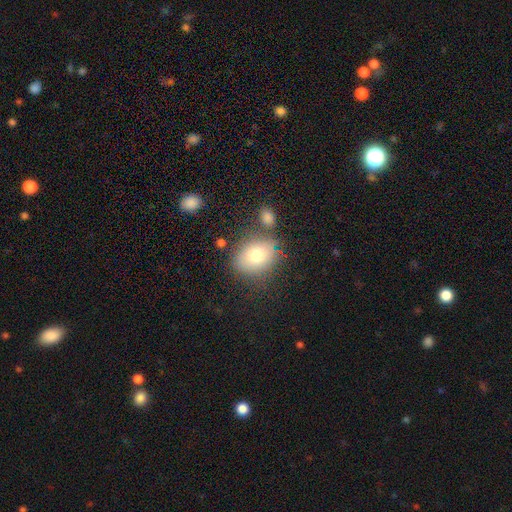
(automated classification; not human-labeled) A smooth galaxy with no disk features (77%) that is in between round and cigar-shaped (54%).

Vote fractions:
- Smooth or featured? smooth: 77% / featured or disk: 13% / star or artifact: 10%
- How rounded? in between: 54% / round: 45% / cigar-shaped: 1%
- Merging? none: 71% / minor disturbance: 15% / merger: 9% / major disturbance: 5%